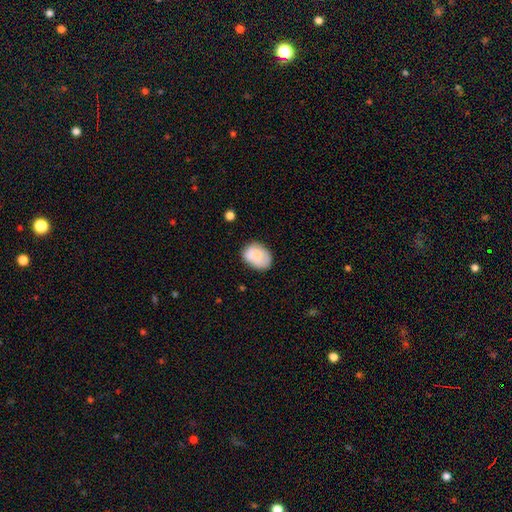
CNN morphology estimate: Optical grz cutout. It shows a smooth galaxy with no disk features (83%) that is in between round and cigar-shaped (73%). Merging: none (70%).